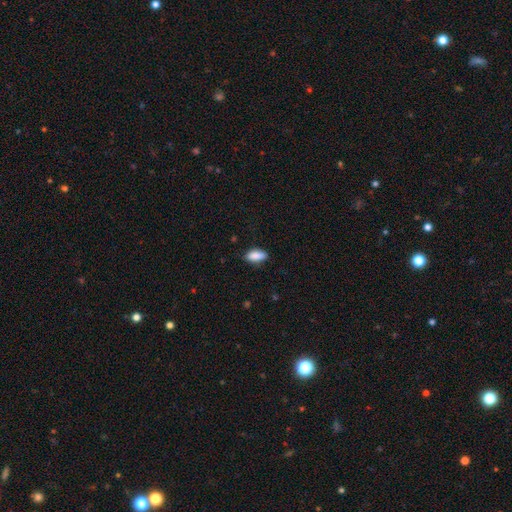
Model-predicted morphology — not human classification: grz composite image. It shows a smooth galaxy with no disk features (88%) that is in between round and cigar-shaped (85%). Merging: none (79%).